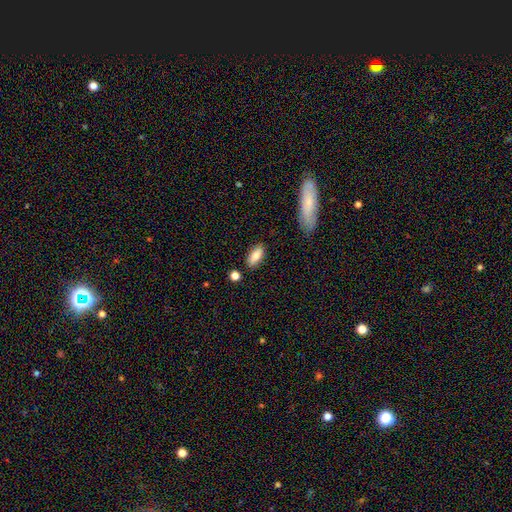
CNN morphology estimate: smooth_or_featured: smooth (p=0.82) [alt: featured or disk p=0.11]
how_rounded: in between (p=0.82) [alt: cigar-shaped p=0.15]
merging: none (p=0.83) [alt: minor disturbance p=0.11]